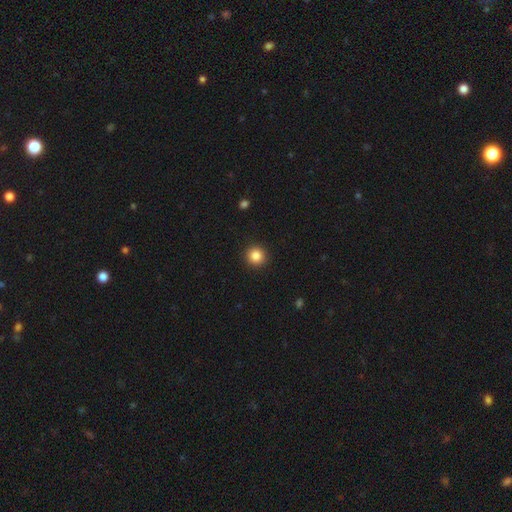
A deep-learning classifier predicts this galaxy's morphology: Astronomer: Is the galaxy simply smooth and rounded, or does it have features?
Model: smooth — 86%.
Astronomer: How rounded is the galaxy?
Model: round — 94%.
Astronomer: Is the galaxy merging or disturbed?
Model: none — 92%.